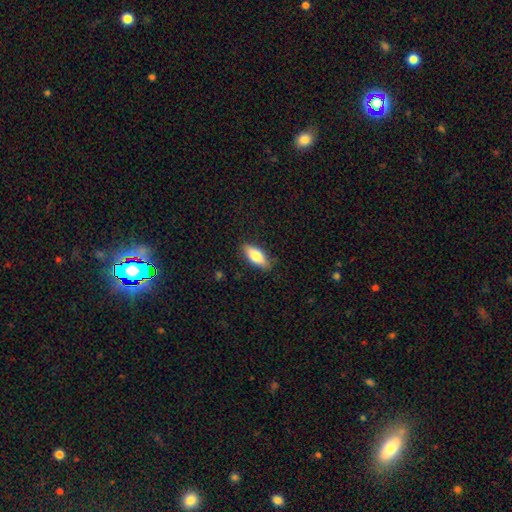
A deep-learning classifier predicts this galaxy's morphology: Smooth or featured: smooth — 75% (featured or disk — 19%)
How rounded: in between — 77% (cigar-shaped — 21%)
Merging: none — 84% (minor disturbance — 13%)